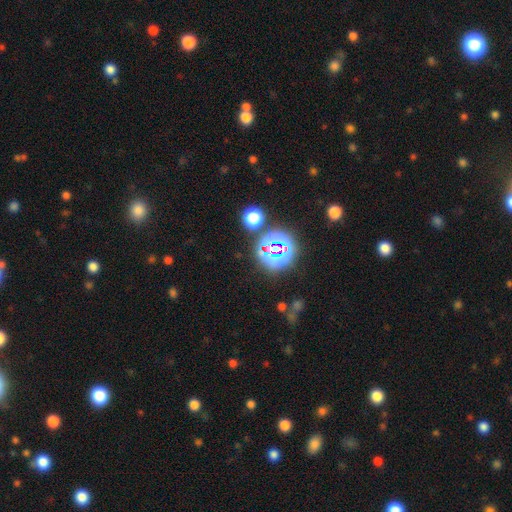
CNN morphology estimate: Smooth or featured? Predicted: star or artifact (p=0.76).